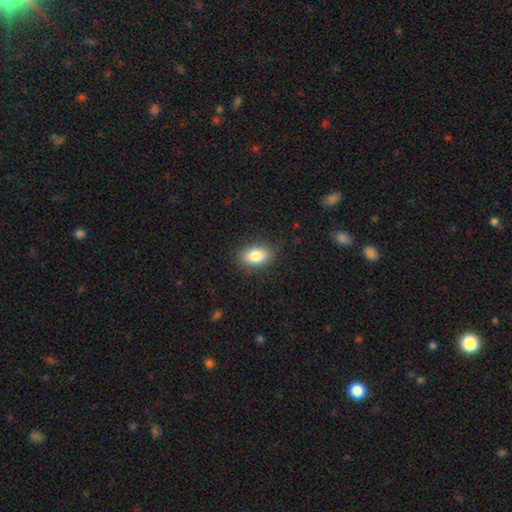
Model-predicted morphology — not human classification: This appears to be a smooth galaxy with no disk features (85%) that is in between round and cigar-shaped (87%). Merging: none (85%).